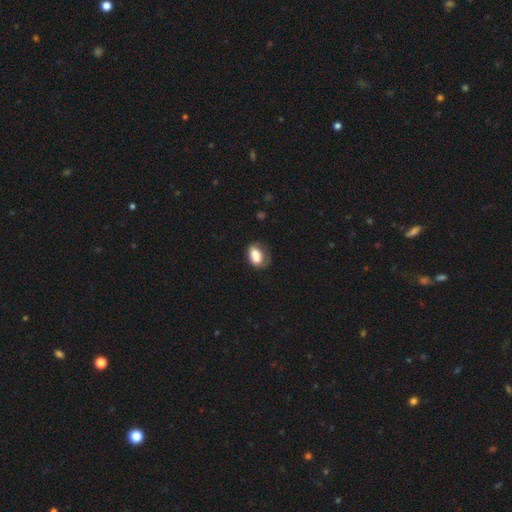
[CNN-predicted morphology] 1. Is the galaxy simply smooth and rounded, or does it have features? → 80% smooth, 11% featured or disk, 8% star or artifact.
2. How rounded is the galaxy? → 85% in between, 14% round, 2% cigar-shaped.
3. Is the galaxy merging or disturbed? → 50% none, 32% minor disturbance, 14% major disturbance, 4% merger.